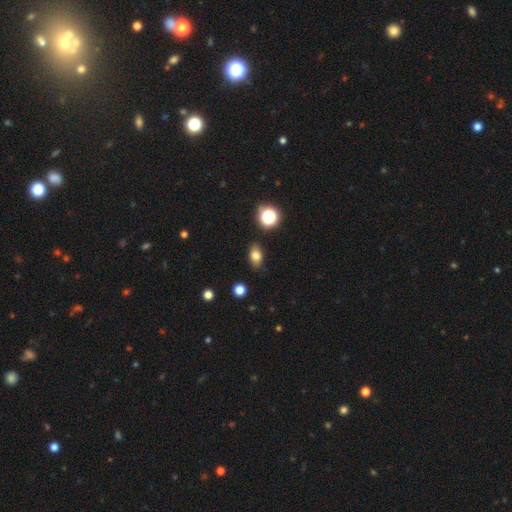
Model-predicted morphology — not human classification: smooth-or-featured: smooth: 78% | star or artifact: 12% | featured or disk: 10%
  how-rounded: in between: 81% | round: 16% | cigar-shaped: 3%
  merging: none: 85% | minor disturbance: 11% | major disturbance: 2% | merger: 2%